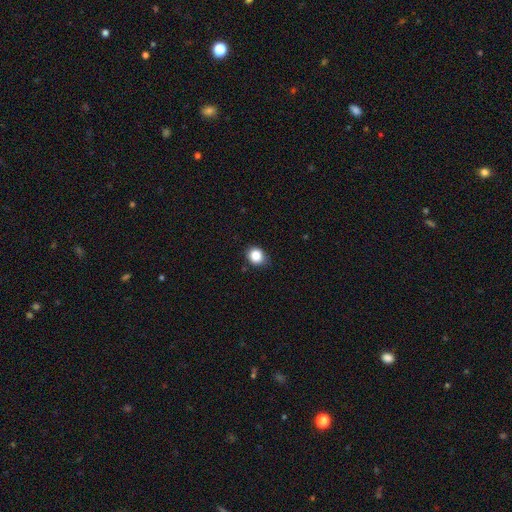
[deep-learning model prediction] Overall: smooth (85%). How rounded: round (73%). Merging: none (81%).